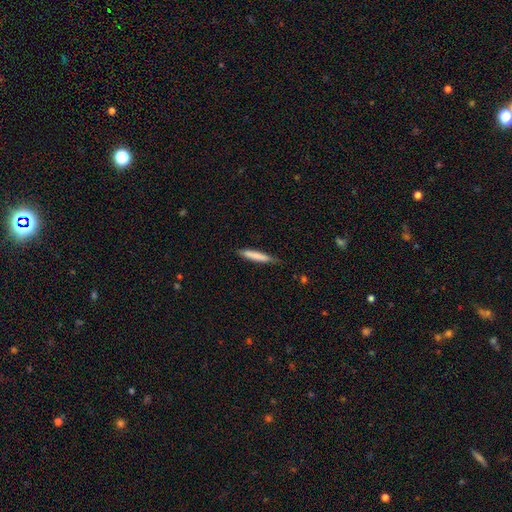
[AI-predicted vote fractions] Morphology: type=smooth (78%); roundness=cigar-shaped (93%); merging=none (78%).